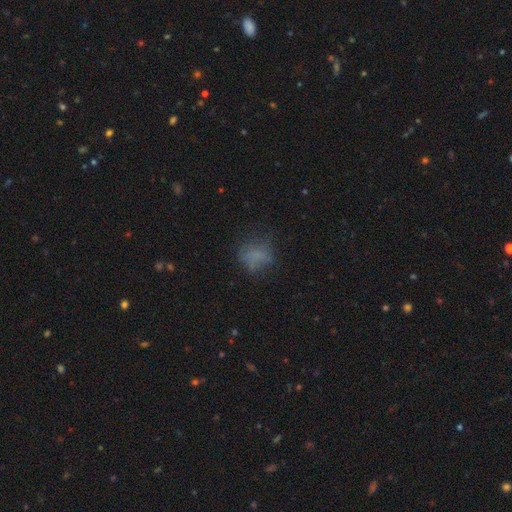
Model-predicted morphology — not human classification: smooth-or-featured: smooth: 65% | featured or disk: 18% | star or artifact: 17%
  how-rounded: round: 58% | in between: 40% | cigar-shaped: 2%
  merging: none: 55% | minor disturbance: 23% | major disturbance: 19% | merger: 2%